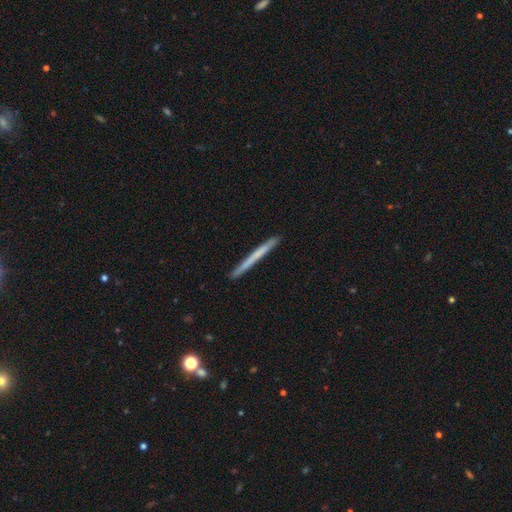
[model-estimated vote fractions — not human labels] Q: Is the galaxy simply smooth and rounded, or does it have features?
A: smooth — 56%.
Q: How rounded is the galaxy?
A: cigar-shaped — 97%.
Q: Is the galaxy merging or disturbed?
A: none — 92%.